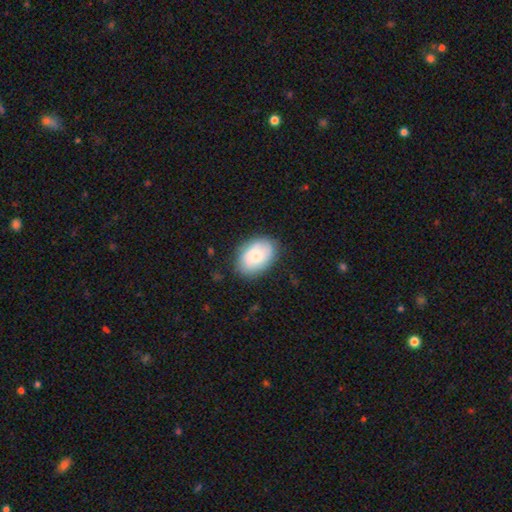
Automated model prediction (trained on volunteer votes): Morphology: type=smooth (63%); roundness=in between (80%); merging=none (79%).